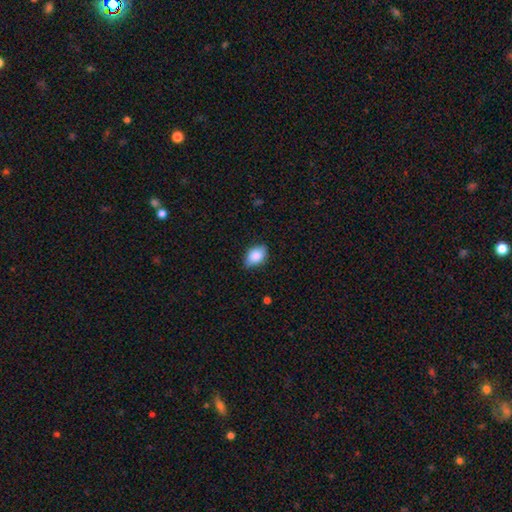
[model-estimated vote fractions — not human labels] Overall: smooth (83%). How rounded: in between (83%). Merging: none (74%).